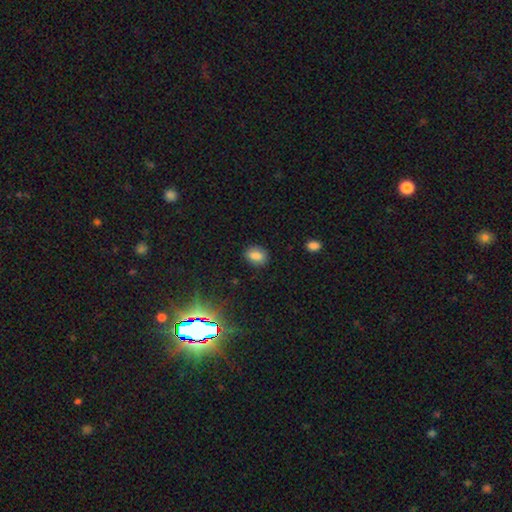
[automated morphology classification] Smooth or featured: smooth — 83% (star or artifact — 11%)
How rounded: in between — 77% (round — 21%)
Merging: none — 86% (minor disturbance — 10%)